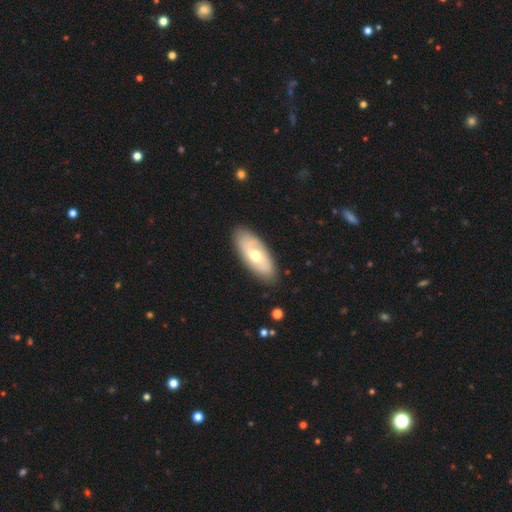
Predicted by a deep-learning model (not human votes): This appears to be a smooth galaxy with no disk features (50%). Merging: none (86%).